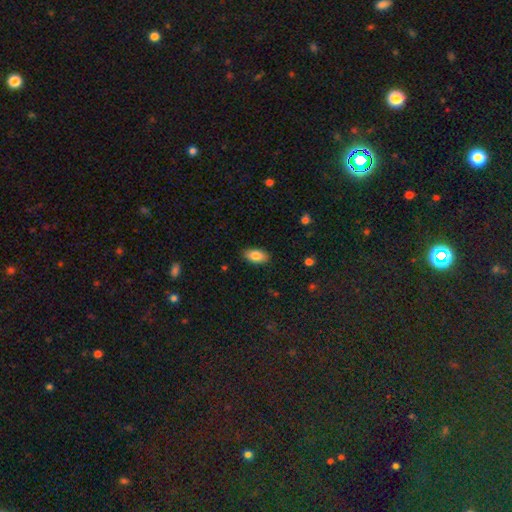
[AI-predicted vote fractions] Q: Smooth or featured?
A: smooth (85%); runner-up: featured or disk (8%)
Q: How rounded?
A: in between (93%); runner-up: round (4%)
Q: Merging?
A: none (88%); runner-up: minor disturbance (9%)